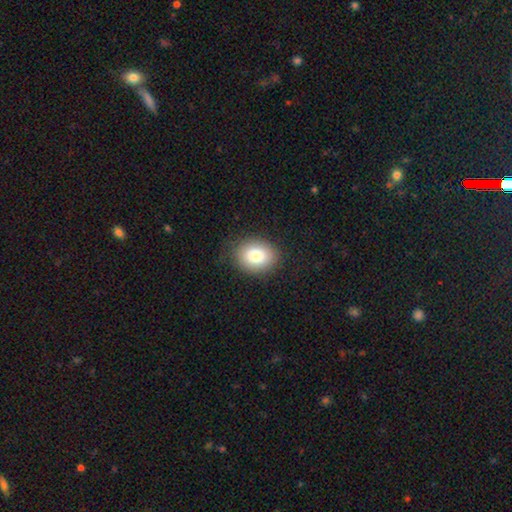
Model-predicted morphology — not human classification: type=smooth (83%); roundness=in between (56%); merging=none (82%).